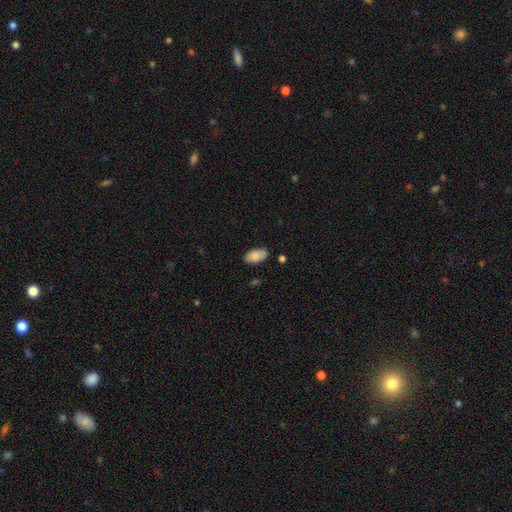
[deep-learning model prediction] Smooth or featured?
  - smooth: 84% *
  - featured or disk: 9%
  - star or artifact: 7%
How rounded?
  - in between: 95% *
  - cigar-shaped: 3%
  - round: 3%
Merging?
  - none: 82% *
  - minor disturbance: 14%
  - major disturbance: 3%
  - merger: 2%